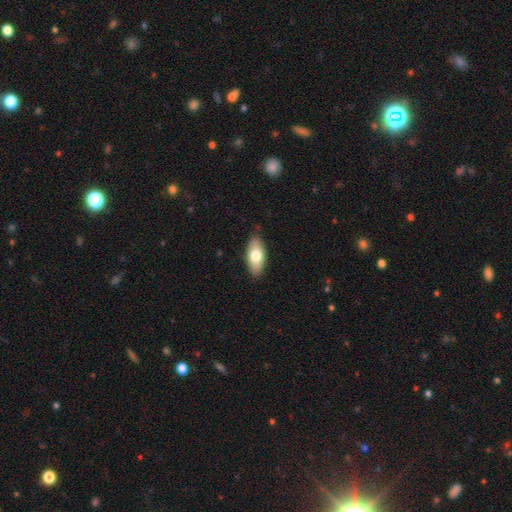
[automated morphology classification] smooth-or-featured: smooth: 73% | featured or disk: 21% | star or artifact: 6%
  how-rounded: in between: 88% | cigar-shaped: 9% | round: 3%
  merging: none: 87% | minor disturbance: 10% | major disturbance: 2% | merger: 1%